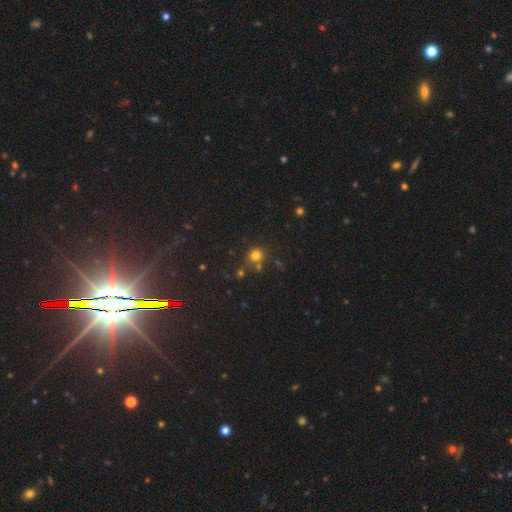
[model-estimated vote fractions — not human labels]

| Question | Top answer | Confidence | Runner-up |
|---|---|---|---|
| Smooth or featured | smooth | 73% | star or artifact (20%) |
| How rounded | round | 90% | in between (9%) |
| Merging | none | 69% | merger (17%) |